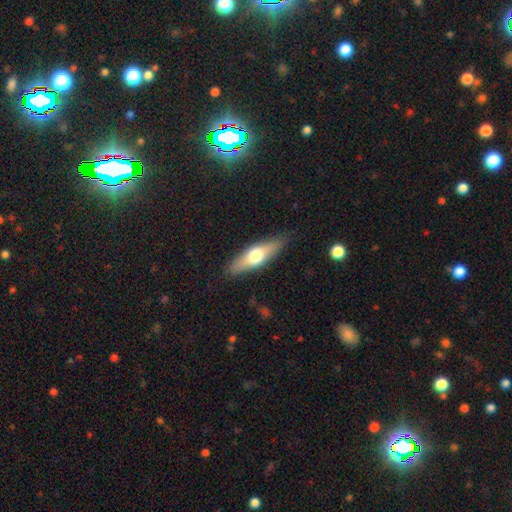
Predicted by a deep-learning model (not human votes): smooth_or_featured: smooth (p=0.53) [alt: featured or disk p=0.41]
how_rounded: cigar-shaped (p=0.55) [alt: in between p=0.42]
merging: none (p=0.86) [alt: minor disturbance p=0.10]